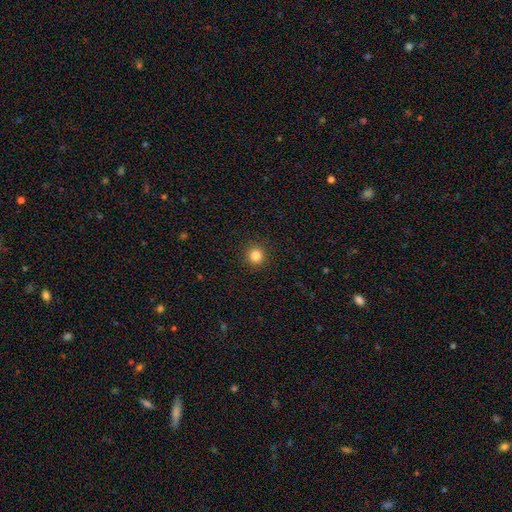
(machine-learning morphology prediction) Smooth or featured? Predicted: smooth (p=0.84). How rounded? Predicted: round (p=0.93). Merging? Predicted: none (p=0.92).